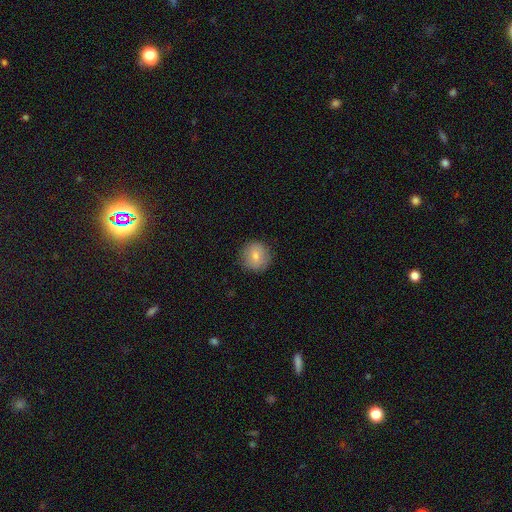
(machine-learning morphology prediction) The model was most divided on "smooth or featured": smooth: 78%, featured or disk: 13%, star or artifact: 9%. More confident: how rounded — round (93%); merging — none (89%).